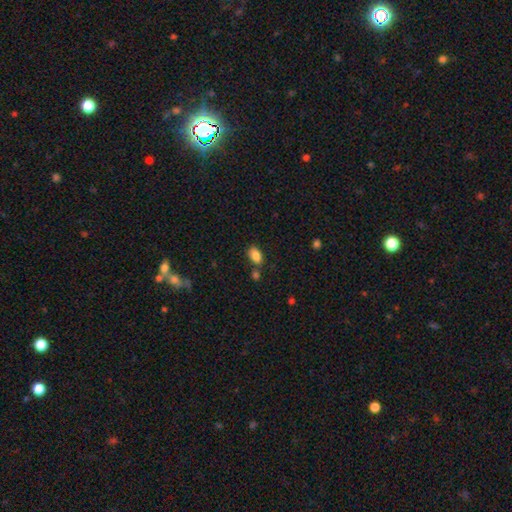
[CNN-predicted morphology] type=smooth (86%); roundness=in between (90%); merging=none (68%).